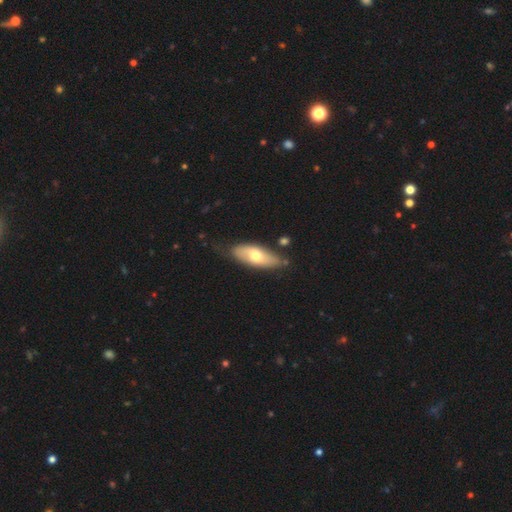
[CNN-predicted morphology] This is possibly a smooth galaxy (55%). How rounded: likely in between (79%). Merging: likely none (67%).